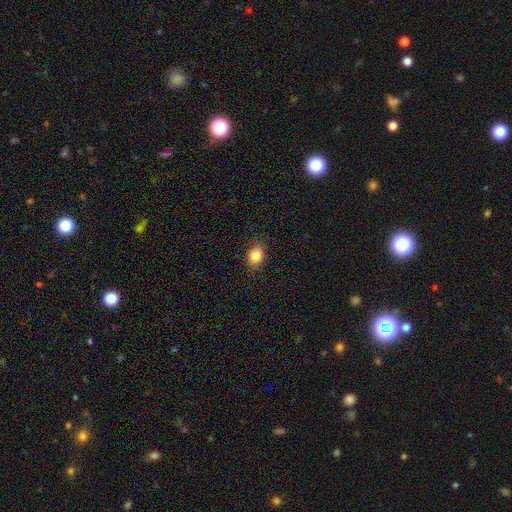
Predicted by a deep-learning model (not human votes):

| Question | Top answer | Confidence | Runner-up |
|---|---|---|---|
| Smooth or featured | smooth | 86% | star or artifact (9%) |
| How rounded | in between | 67% | round (31%) |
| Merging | none | 81% | minor disturbance (14%) |